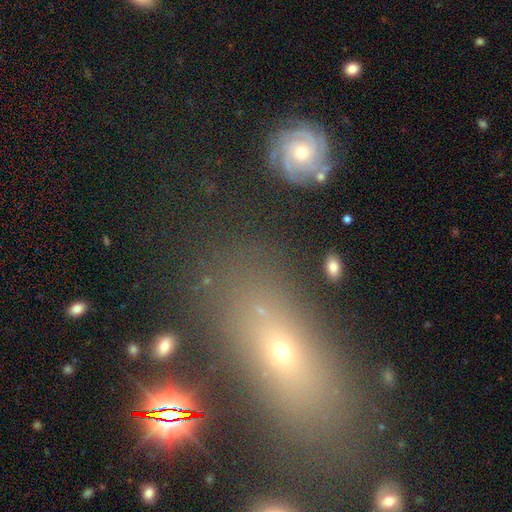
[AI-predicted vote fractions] A smooth galaxy with no disk features (40%). Merging: none (68%).